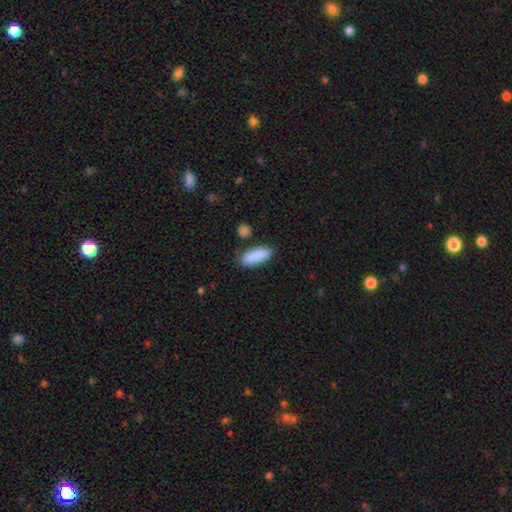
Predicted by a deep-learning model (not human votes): Smooth or featured? smooth (89%)
How rounded? in between (70%)
Merging? none (83%)